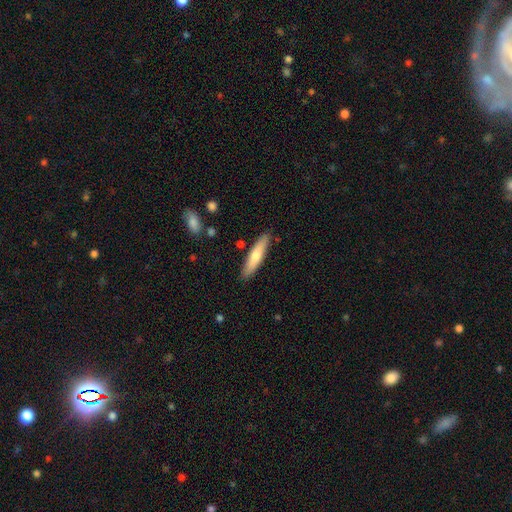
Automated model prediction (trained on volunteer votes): This appears to be a smooth galaxy with no disk features (66%) that is cigar-shaped (81%). Merging: none (87%).